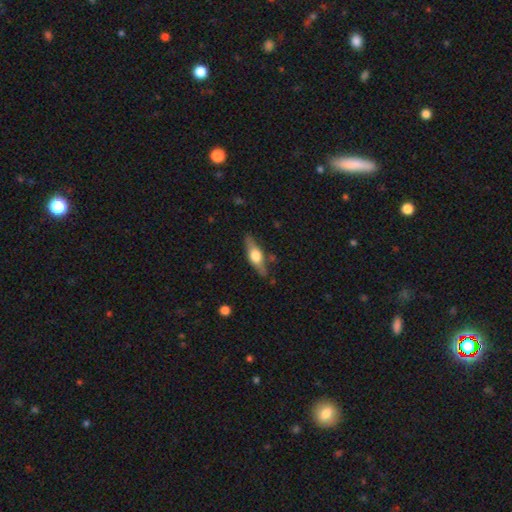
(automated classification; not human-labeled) Smooth or featured: featured or disk — 53% (smooth — 42%)
Edge-on disk: yes — 88% (no — 12%)
Merging: none — 82% (minor disturbance — 14%)